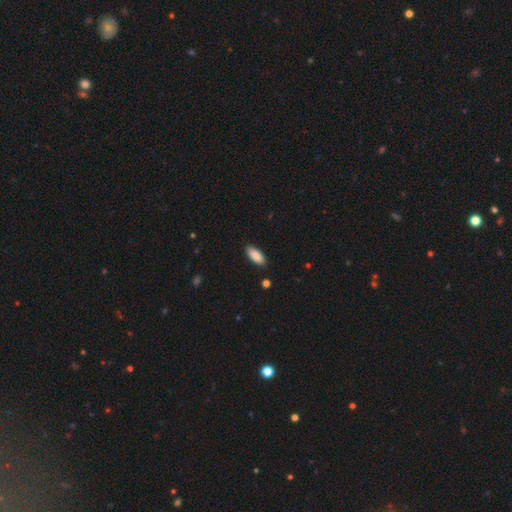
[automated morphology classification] Q: Smooth or featured?
A: smooth (89%); runner-up: star or artifact (6%)
Q: How rounded?
A: in between (84%); runner-up: cigar-shaped (14%)
Q: Merging?
A: none (89%); runner-up: minor disturbance (8%)